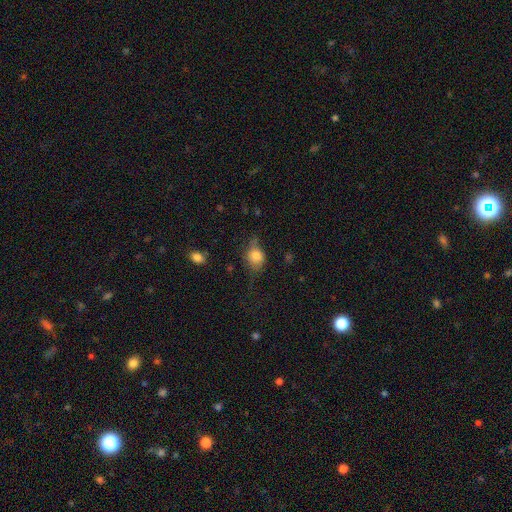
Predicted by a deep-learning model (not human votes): Smooth or featured? Predicted: smooth (p=0.76). How rounded? Predicted: round (p=0.51). Merging? Predicted: none (p=0.51).